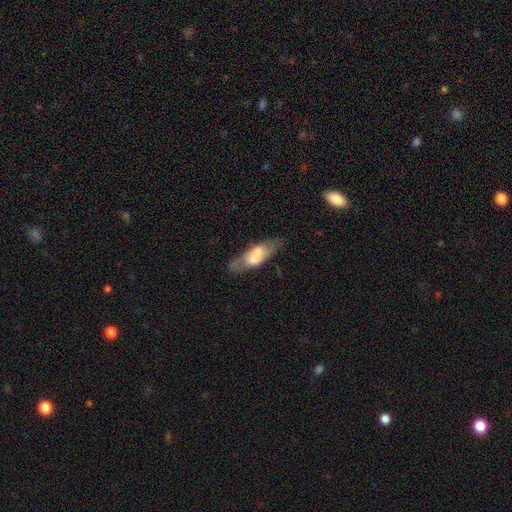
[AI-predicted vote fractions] Smooth or featured? smooth (49%)
Merging? none (62%)